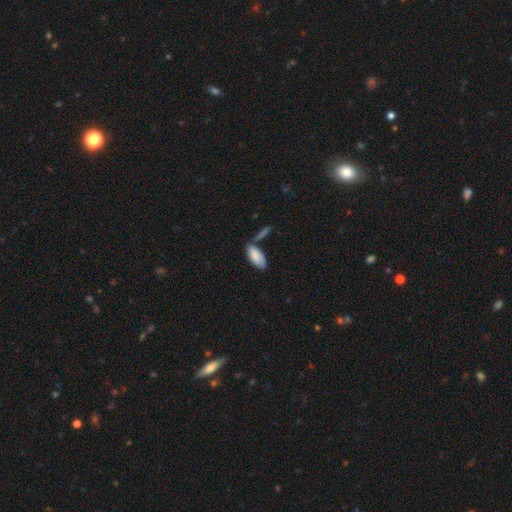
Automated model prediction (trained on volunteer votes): Q: Smooth or featured?
A: smooth (87%); runner-up: featured or disk (8%)
Q: How rounded?
A: in between (88%); runner-up: cigar-shaped (10%)
Q: Merging?
A: none (62%); runner-up: minor disturbance (17%)